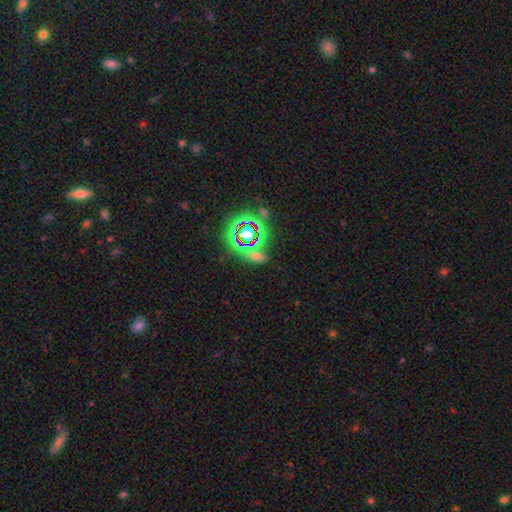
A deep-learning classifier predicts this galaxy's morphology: Smooth or featured: star or artifact — 54% (smooth — 34%)